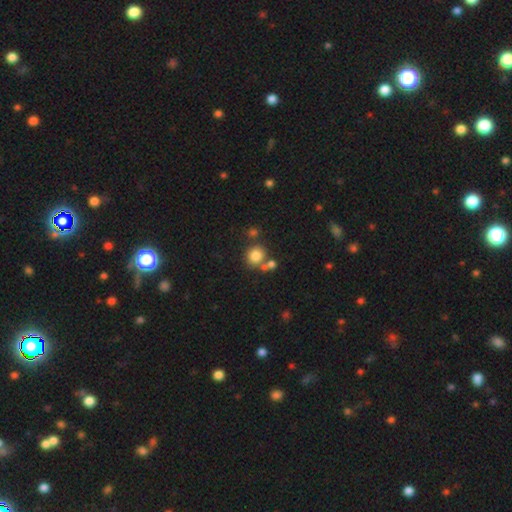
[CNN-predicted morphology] A smooth galaxy with no disk features (81%) that is round (83%).

Vote fractions:
- Smooth or featured? smooth: 81% / star or artifact: 11% / featured or disk: 8%
- How rounded? round: 83% / in between: 16% / cigar-shaped: 1%
- Merging? none: 65% / merger: 21% / minor disturbance: 10% / major disturbance: 4%